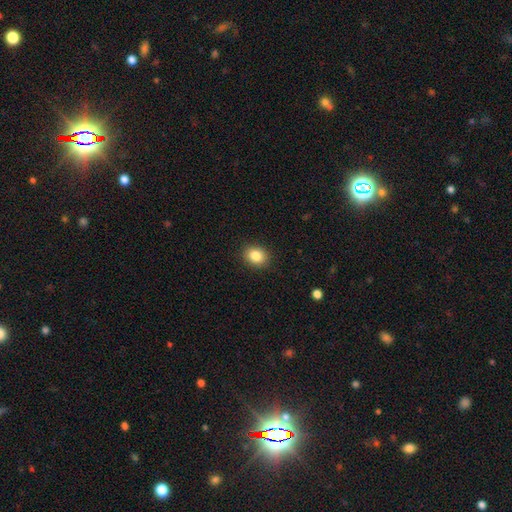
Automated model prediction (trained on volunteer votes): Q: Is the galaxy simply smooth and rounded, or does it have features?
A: smooth — 85%.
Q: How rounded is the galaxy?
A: in between — 53%.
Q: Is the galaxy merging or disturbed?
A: none — 90%.